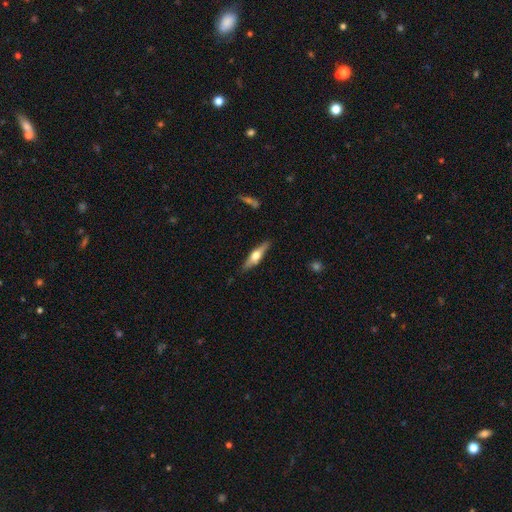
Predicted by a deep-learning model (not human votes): smooth-or-featured: featured or disk: 59% | smooth: 35% | star or artifact: 6%
  disk-edge-on: yes: 95% | no: 5%
    edge-on-bulge: rounded: 94% | boxy: 4% | none: 2%
  merging: none: 87% | minor disturbance: 10% | major disturbance: 2% | merger: 1%